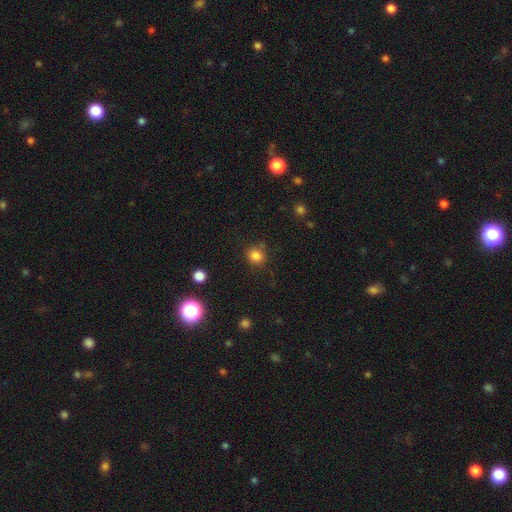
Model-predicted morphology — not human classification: Smooth or featured? Predicted: smooth (p=0.83). How rounded? Predicted: round (p=0.81). Merging? Predicted: none (p=0.80).